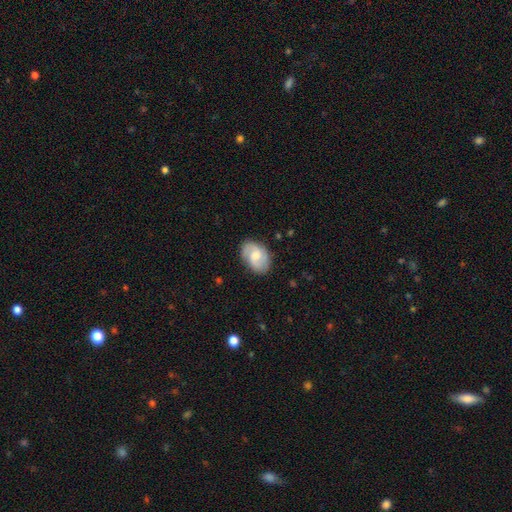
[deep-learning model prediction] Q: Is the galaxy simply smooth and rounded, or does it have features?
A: featured or disk — 52%.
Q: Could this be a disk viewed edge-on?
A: no — 96%.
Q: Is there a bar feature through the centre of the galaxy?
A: no — 48%.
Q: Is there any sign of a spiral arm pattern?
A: yes — 86%.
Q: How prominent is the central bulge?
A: moderate — 55%.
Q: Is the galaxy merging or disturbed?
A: none — 78%.